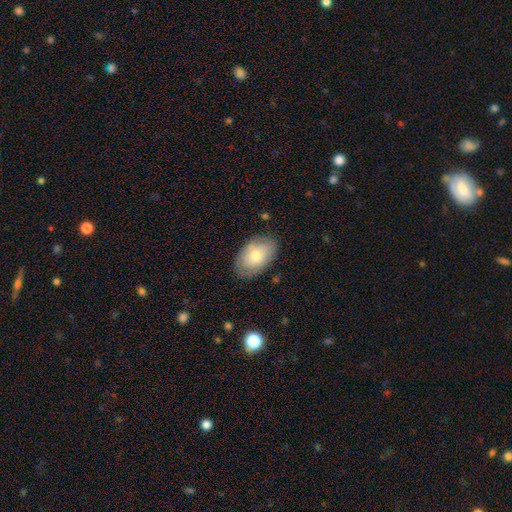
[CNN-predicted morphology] Smooth or featured? Predicted: smooth (p=0.74). How rounded? Predicted: in between (p=0.91). Merging? Predicted: none (p=0.79).